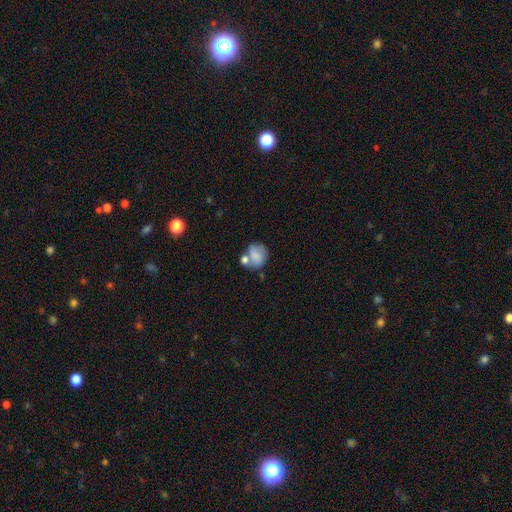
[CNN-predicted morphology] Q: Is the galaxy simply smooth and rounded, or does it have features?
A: smooth — 73%.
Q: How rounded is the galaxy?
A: round — 66%.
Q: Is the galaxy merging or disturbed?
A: none — 39%.